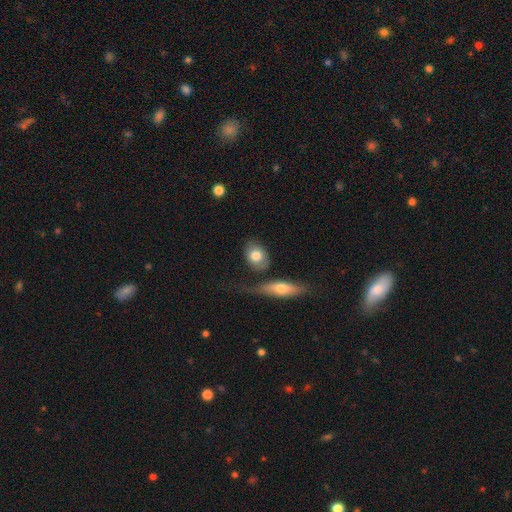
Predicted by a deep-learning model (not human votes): smooth-or-featured: smooth: 78% | featured or disk: 15% | star or artifact: 6%
  how-rounded: in between: 62% | round: 35% | cigar-shaped: 3%
  merging: none: 62% | merger: 16% | minor disturbance: 15% | major disturbance: 7%